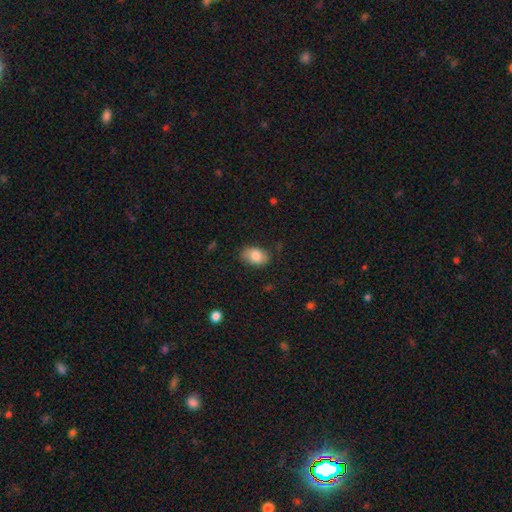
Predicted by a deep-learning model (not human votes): Q: Smooth or featured?
A: smooth (82%); runner-up: featured or disk (11%)
Q: How rounded?
A: in between (86%); runner-up: round (13%)
Q: Merging?
A: none (78%); runner-up: minor disturbance (17%)